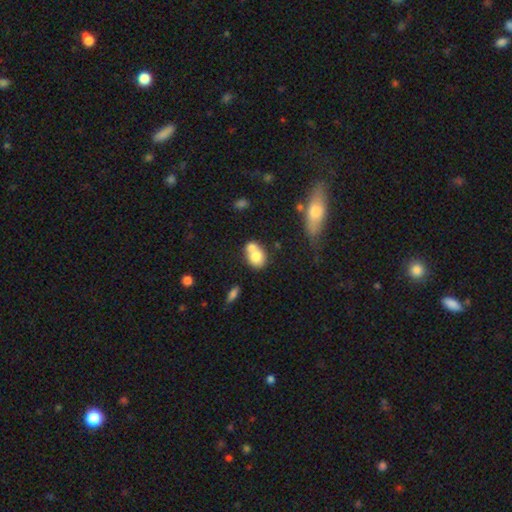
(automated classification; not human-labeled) Smooth or featured: smooth — 72% (featured or disk — 20%)
How rounded: in between — 55% (round — 44%)
Merging: merger — 58% (none — 29%)